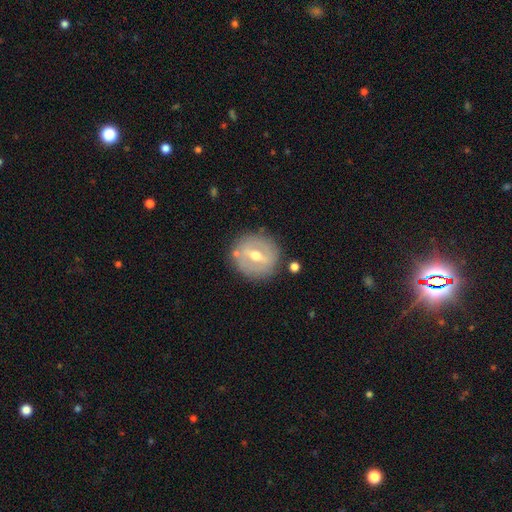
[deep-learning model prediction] Overall: featured or disk (64%; smooth 29%). Edge-on disk: no (90%). Bar: strong (44%; weak 41%). Spiral arms: no (72%). Bulge size: moderate (73%). Merging: none (82%).